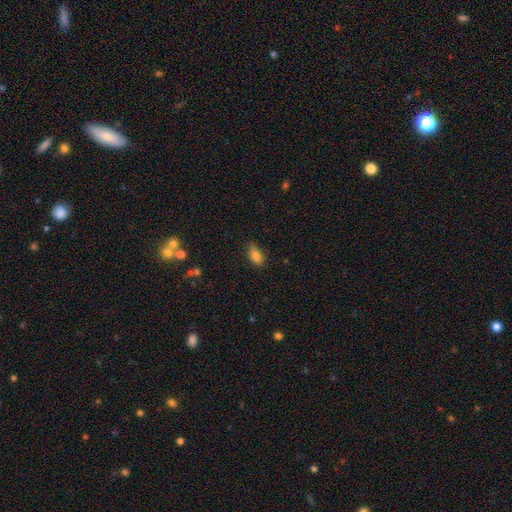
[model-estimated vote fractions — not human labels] smooth 84%, star or artifact 10%, featured or disk 6%. Down the decision tree: how rounded — in between (86%); merging — none (69%).